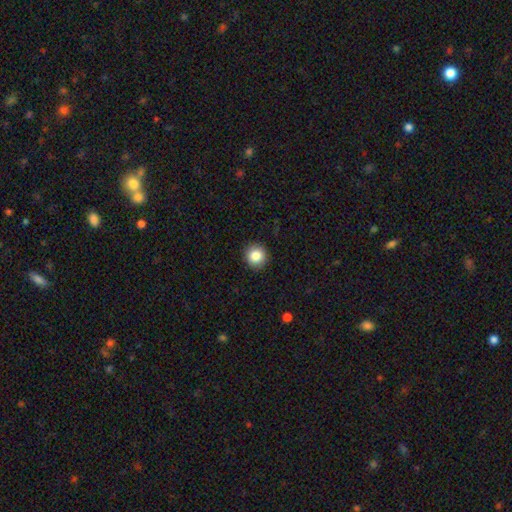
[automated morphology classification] The model was most divided on "smooth or featured": smooth: 85%, star or artifact: 10%, featured or disk: 6%. More confident: how rounded — round (93%); merging — none (92%).